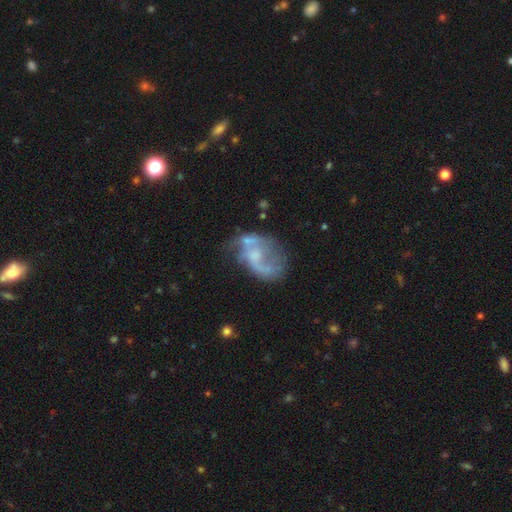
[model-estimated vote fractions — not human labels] This is likely a featured or disk galaxy (71%). It is clearly not viewed edge-on (97%). Bar: likely no (64%). Spiral arm pattern: likely yes (73%). Spiral arm count: possibly 2 (58%). Spiral winding: possibly loose (54%). Central bulge: marginally none (40%). Merging: marginally none (39%).